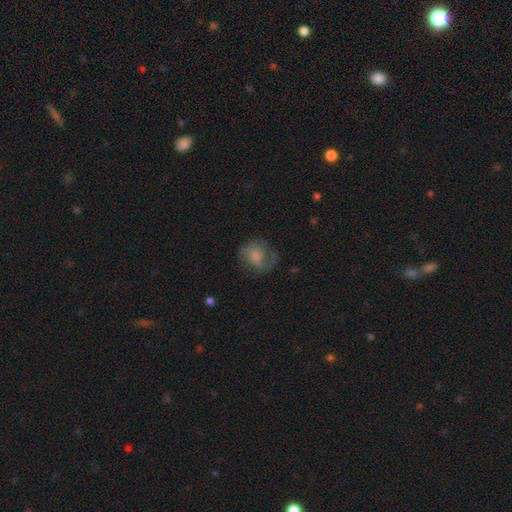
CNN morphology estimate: Smooth or featured: featured or disk — 45% (tied with smooth — 45%)
Merging: none — 50% (major disturbance — 25%)